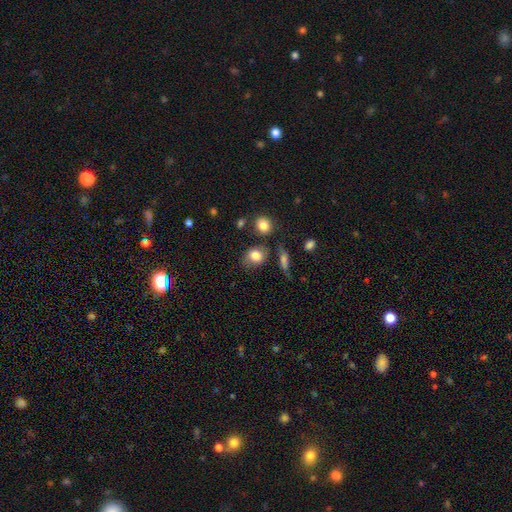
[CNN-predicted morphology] This appears to be a smooth galaxy with no disk features (81%) that is in between round and cigar-shaped (49%, tied with round). Merging: none (67%).